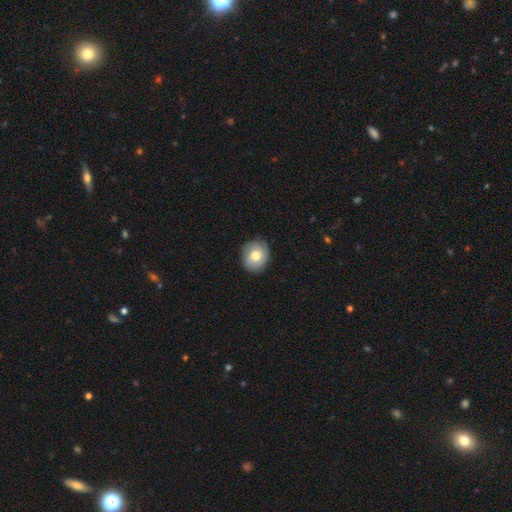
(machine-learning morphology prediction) Q: Smooth or featured?
A: smooth (50%); runner-up: featured or disk (42%)
Q: How rounded?
A: round (66%); runner-up: in between (33%)
Q: Merging?
A: none (78%); runner-up: minor disturbance (16%)